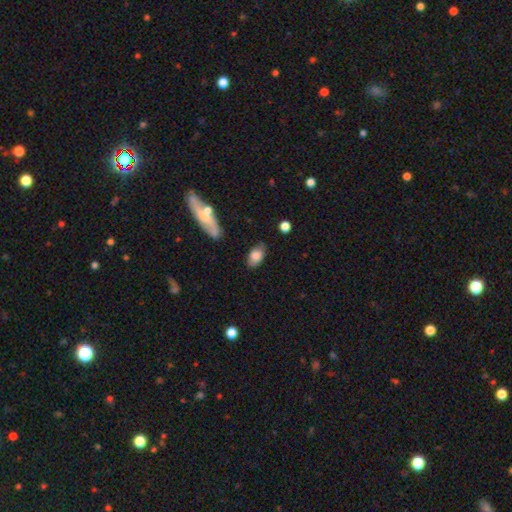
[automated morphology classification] This appears to be a smooth galaxy with no disk features (79%) that is in between round and cigar-shaped (91%). Merging: none (77%).